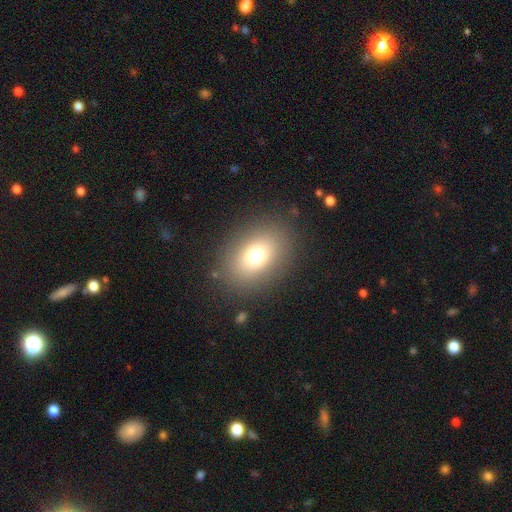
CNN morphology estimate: This is likely a smooth galaxy (74%). How rounded: likely in between (71%). Merging: clearly none (85%).